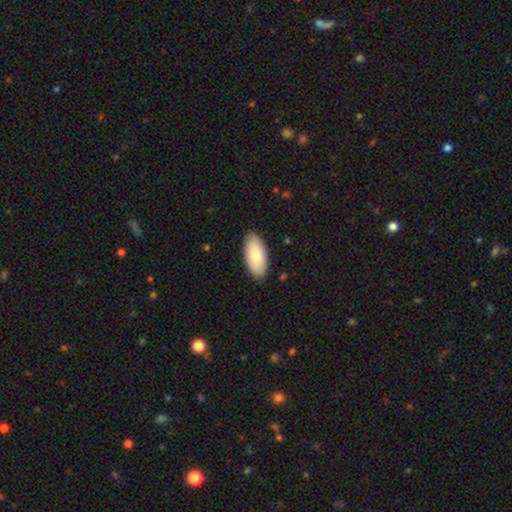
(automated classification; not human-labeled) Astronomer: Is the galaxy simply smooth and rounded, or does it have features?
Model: smooth — 82%.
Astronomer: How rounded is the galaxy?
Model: in between — 93%.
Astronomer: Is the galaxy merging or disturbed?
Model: none — 88%.